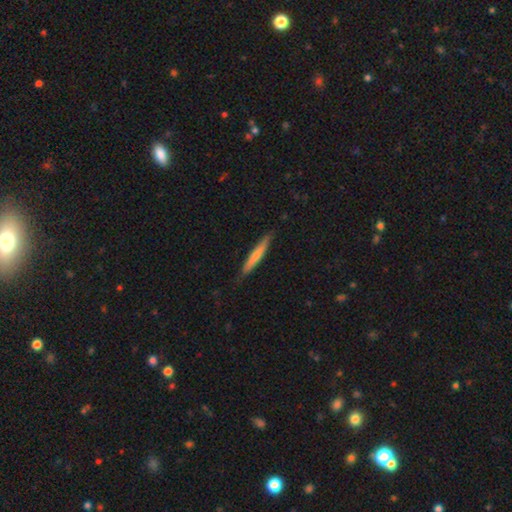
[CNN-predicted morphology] Overall: smooth (67%; featured or disk 28%). How rounded: cigar-shaped (95%). Merging: none (85%).